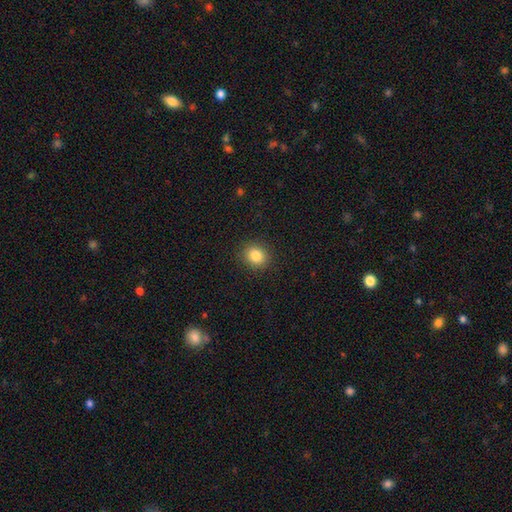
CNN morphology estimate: Smooth or featured? smooth (83%)
How rounded? round (75%)
Merging? none (90%)